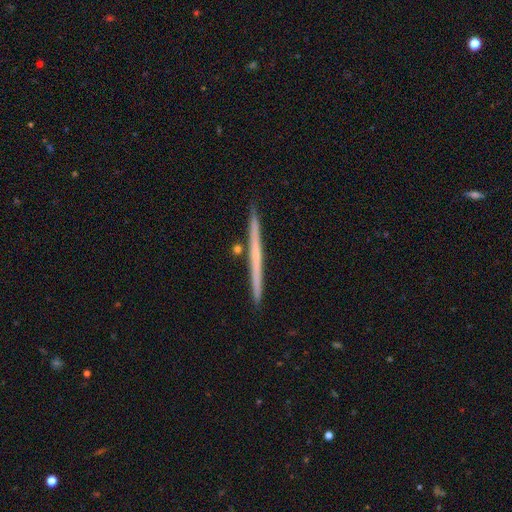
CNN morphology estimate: This appears to be a featured or disk galaxy (59%) viewed edge-on (98%) with no central bulge (83%). Merging: none (90%).